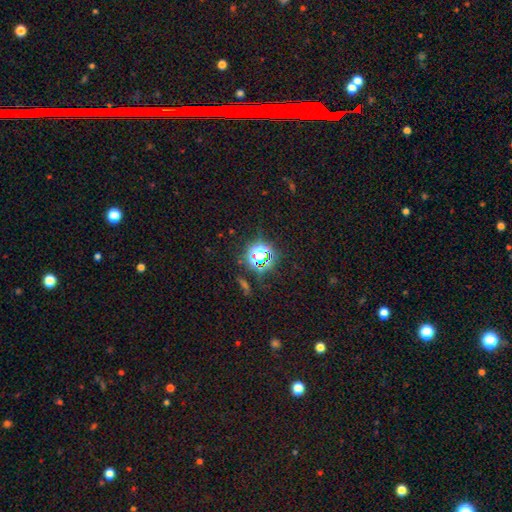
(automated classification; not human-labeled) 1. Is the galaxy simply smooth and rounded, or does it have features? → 68% star or artifact, 23% smooth, 9% featured or disk.